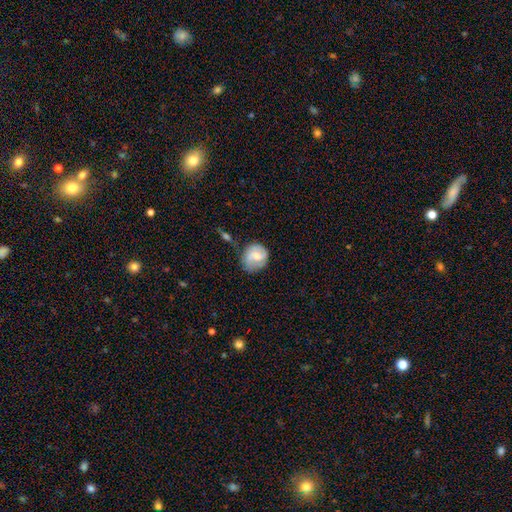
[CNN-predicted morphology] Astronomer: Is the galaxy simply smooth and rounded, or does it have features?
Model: smooth — 57% (runner-up: featured or disk, 36%).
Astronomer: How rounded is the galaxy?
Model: round — 75%.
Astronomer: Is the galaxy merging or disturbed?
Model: none — 59%.